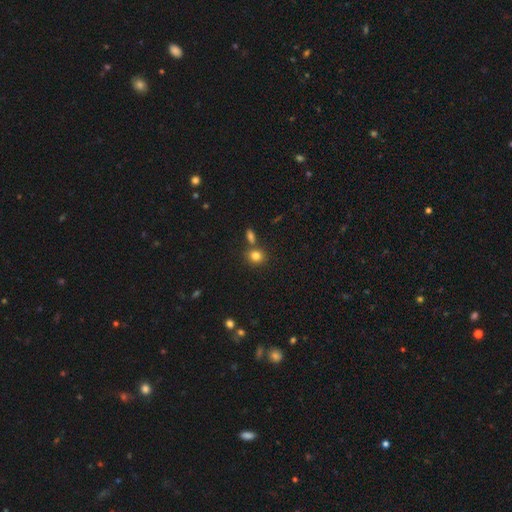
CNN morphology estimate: The model was most divided on "how rounded": round: 72%, in between: 27%, cigar-shaped: 1%. More confident: smooth or featured — smooth (81%); merging — none (67%).